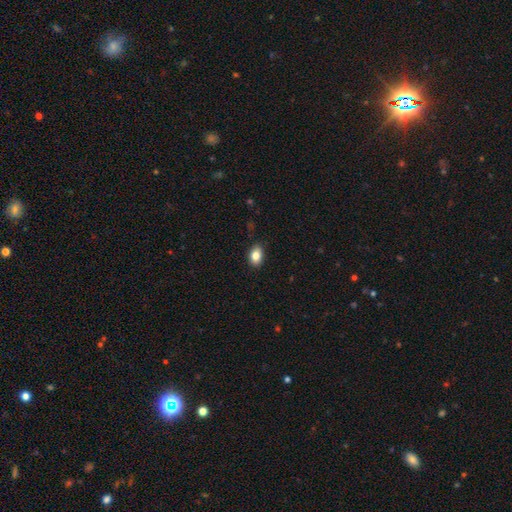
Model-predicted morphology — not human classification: type=smooth (83%); roundness=in between (82%); merging=none (84%).